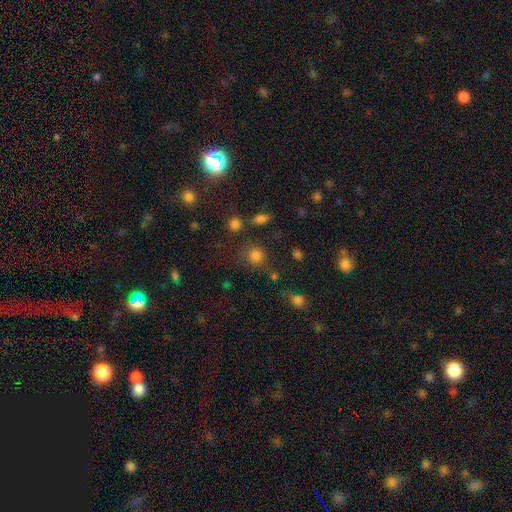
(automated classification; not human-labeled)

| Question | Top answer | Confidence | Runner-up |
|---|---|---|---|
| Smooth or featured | smooth | 76% | star or artifact (17%) |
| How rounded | round | 85% | in between (14%) |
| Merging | none | 74% | minor disturbance (13%) |